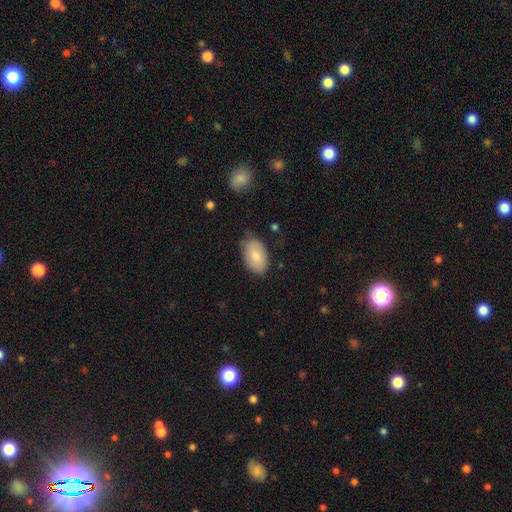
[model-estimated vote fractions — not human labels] Smooth or featured: smooth — 81% (featured or disk — 13%)
How rounded: in between — 94% (round — 5%)
Merging: none — 76% (minor disturbance — 19%)